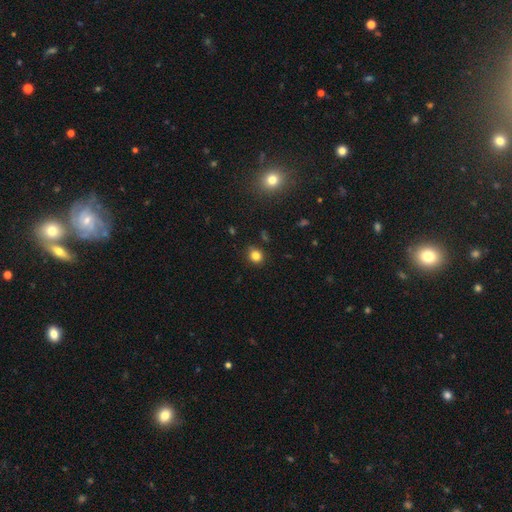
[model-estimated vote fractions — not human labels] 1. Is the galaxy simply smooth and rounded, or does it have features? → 82% smooth, 13% star or artifact, 5% featured or disk.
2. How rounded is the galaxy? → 75% round, 24% in between, 1% cigar-shaped.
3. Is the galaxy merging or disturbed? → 85% none, 11% minor disturbance, 2% major disturbance, 2% merger.